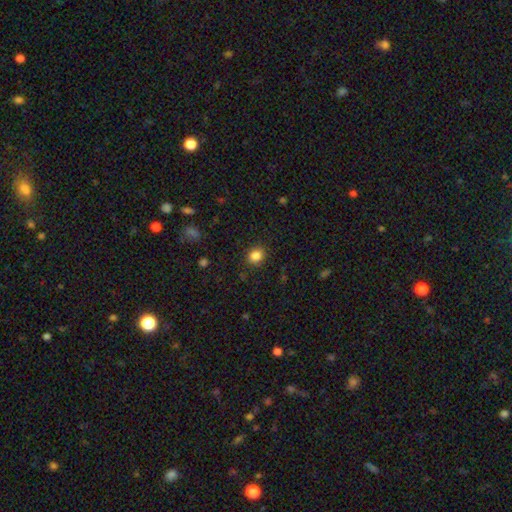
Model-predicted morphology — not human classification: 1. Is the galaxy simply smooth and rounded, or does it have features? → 85% smooth, 11% star or artifact, 4% featured or disk.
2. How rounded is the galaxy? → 70% round, 29% in between, 1% cigar-shaped.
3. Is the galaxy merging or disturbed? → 89% none, 7% minor disturbance, 2% major disturbance, 1% merger.